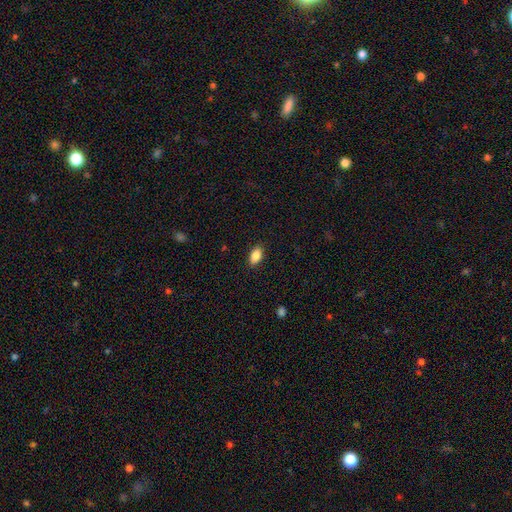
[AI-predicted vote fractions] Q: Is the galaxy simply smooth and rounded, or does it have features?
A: smooth — 86%.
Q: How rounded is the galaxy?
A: in between — 91%.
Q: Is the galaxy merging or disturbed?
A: none — 88%.